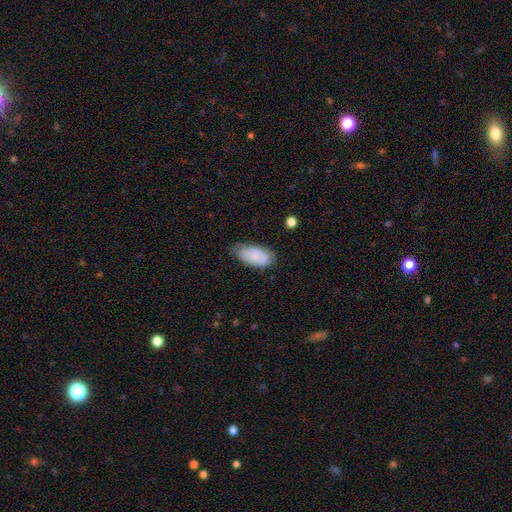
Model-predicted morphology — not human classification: Smooth or featured: smooth — 76% (featured or disk — 17%)
How rounded: in between — 93% (cigar-shaped — 4%)
Merging: none — 59% (minor disturbance — 32%)